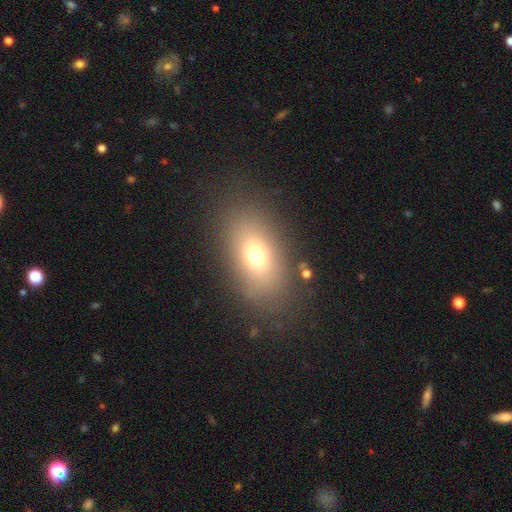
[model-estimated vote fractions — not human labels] A smooth galaxy with no disk features (70%) that is in between round and cigar-shaped (83%). Merging: none (82%).